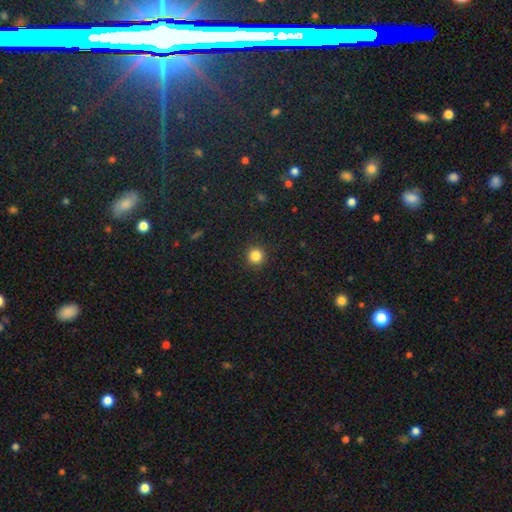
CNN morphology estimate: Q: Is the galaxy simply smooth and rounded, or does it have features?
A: smooth — 85%.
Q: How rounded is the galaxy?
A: round — 94%.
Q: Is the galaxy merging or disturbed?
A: none — 92%.